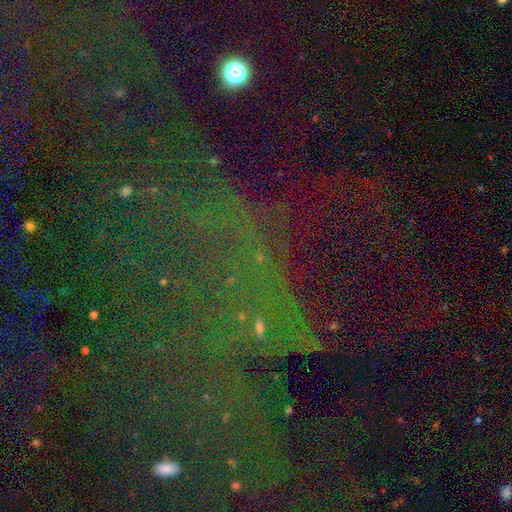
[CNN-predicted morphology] Smooth or featured? Predicted: star or artifact (p=0.74).